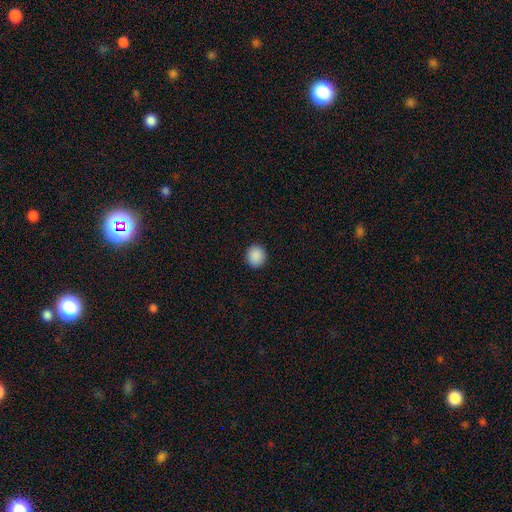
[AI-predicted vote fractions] A smooth galaxy with no disk features (90%) that is round (87%). Merging: none (92%).